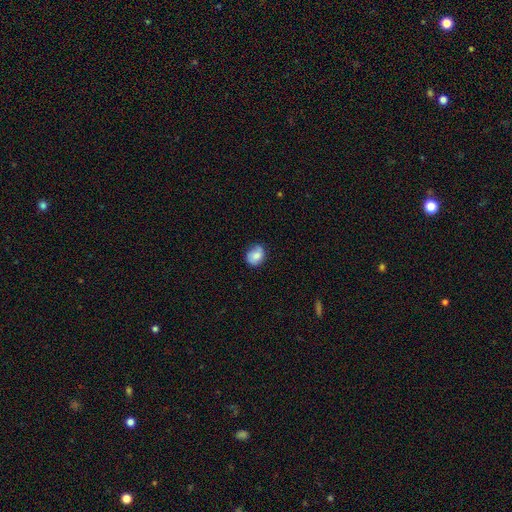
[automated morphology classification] Smooth or featured: smooth — 69% (featured or disk — 23%)
How rounded: round — 57% (in between — 42%)
Merging: none — 66% (minor disturbance — 26%)